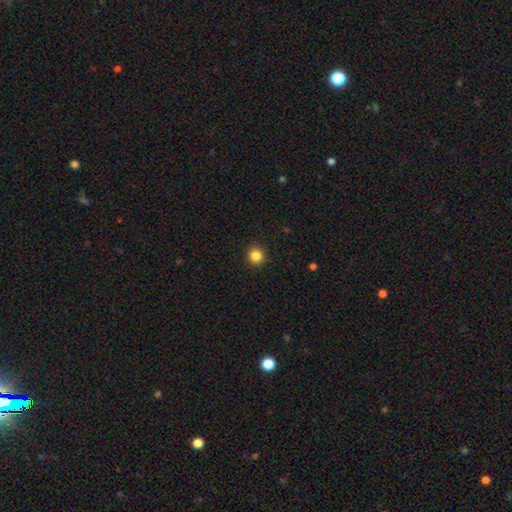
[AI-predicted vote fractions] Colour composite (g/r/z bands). It shows a smooth galaxy with no disk features (85%) that is round (93%). Merging: none (92%).